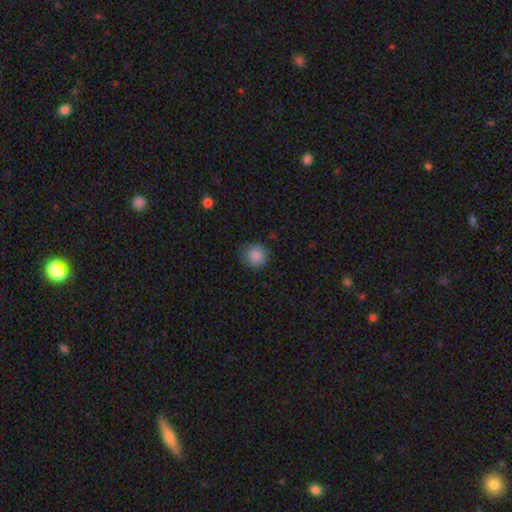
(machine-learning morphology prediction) type=smooth (88%); roundness=round (93%); merging=none (81%).